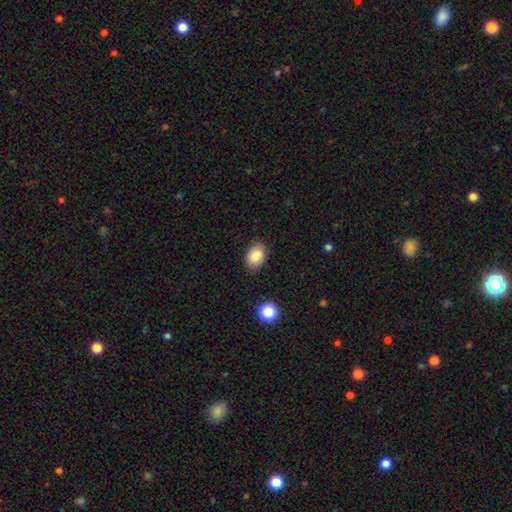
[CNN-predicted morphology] smooth-or-featured: smooth: 87% | star or artifact: 8% | featured or disk: 5%
  how-rounded: in between: 76% | round: 23% | cigar-shaped: 1%
  merging: none: 82% | minor disturbance: 14% | major disturbance: 3% | merger: 1%